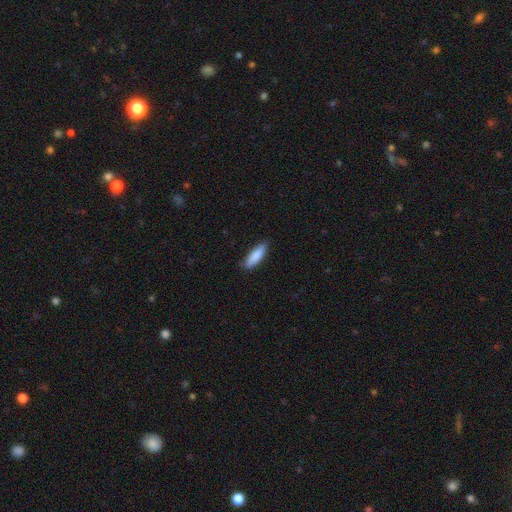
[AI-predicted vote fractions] Smooth or featured? Predicted: smooth (p=0.86). How rounded? Predicted: cigar-shaped (p=0.49, tied with in between). Merging? Predicted: none (p=0.83).